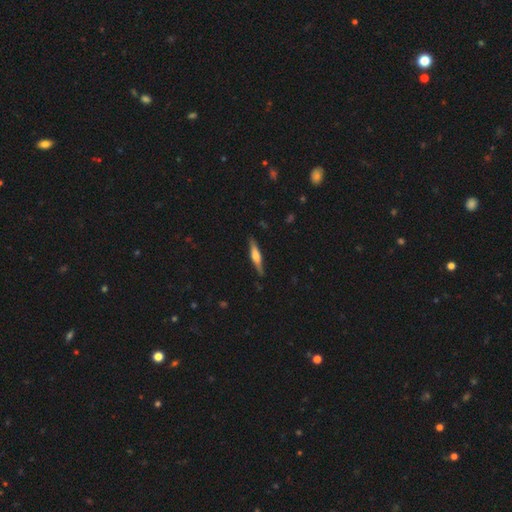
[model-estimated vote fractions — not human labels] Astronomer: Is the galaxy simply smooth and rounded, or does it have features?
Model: featured or disk — 55% (runner-up: smooth, 40%).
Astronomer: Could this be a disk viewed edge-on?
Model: yes — 95%.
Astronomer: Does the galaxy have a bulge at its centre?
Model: rounded — 73%.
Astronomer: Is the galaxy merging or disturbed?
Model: none — 86%.